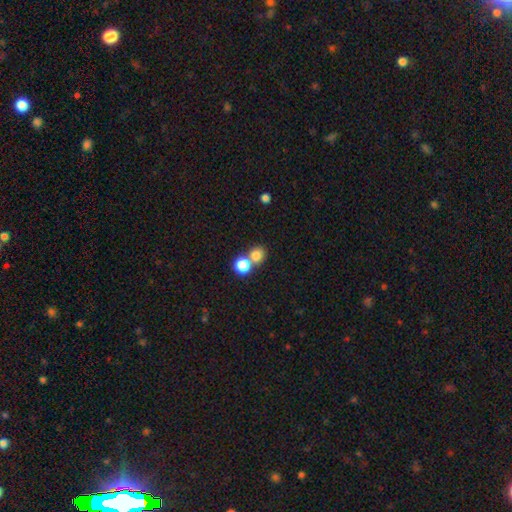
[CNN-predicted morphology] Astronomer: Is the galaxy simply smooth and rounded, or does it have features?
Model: smooth — 80%.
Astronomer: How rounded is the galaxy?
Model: round — 83%.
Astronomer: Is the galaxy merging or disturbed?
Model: none — 48% (runner-up: merger, 44%).